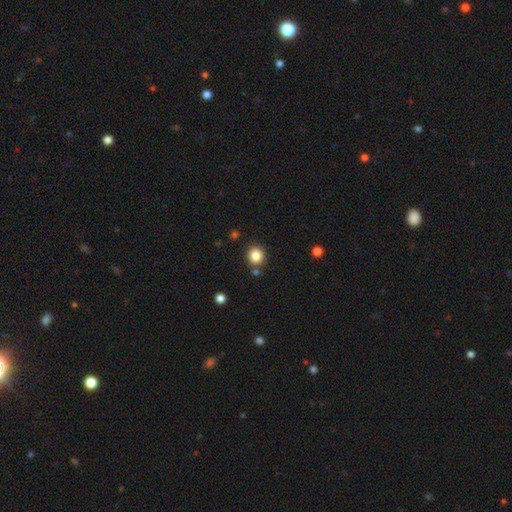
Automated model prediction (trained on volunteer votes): smooth-or-featured: smooth: 85% | star or artifact: 11% | featured or disk: 4%
  how-rounded: round: 85% | in between: 14% | cigar-shaped: 1%
  merging: none: 84% | minor disturbance: 8% | merger: 6% | major disturbance: 2%